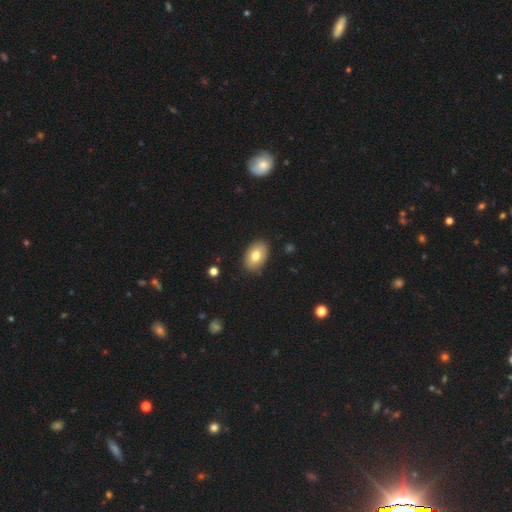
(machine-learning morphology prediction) This appears to be a smooth galaxy with no disk features (76%) that is in between round and cigar-shaped (88%). Merging: none (87%).